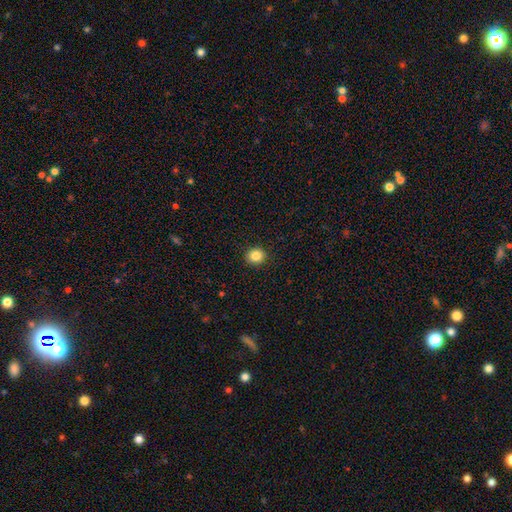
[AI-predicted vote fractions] smooth 84%, star or artifact 11%, featured or disk 5%. Down the decision tree: how rounded — round (87%); merging — none (92%).